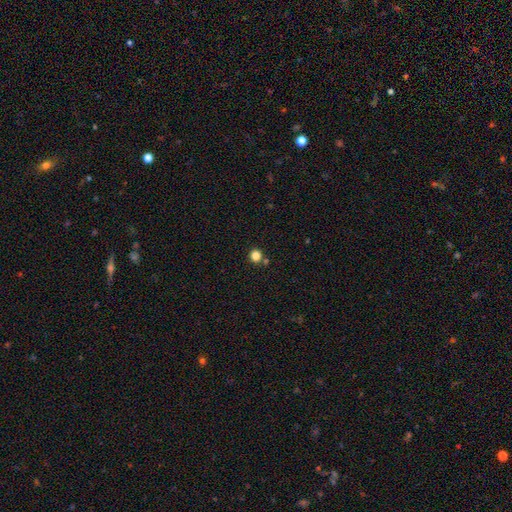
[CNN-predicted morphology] The model was most divided on "merging": none: 80%, merger: 11%, minor disturbance: 7%, major disturbance: 2%. More confident: how rounded — round (87%); smooth or featured — smooth (82%).